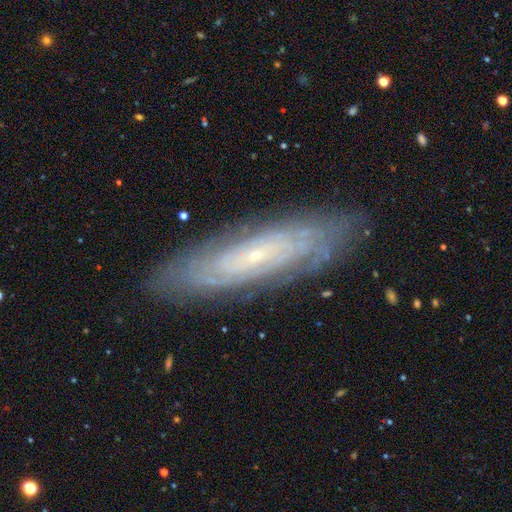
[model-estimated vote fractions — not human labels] This appears to be a featured or disk galaxy (76%) with no bar (75%), spiral arms (87%) and a small central bulge (88%). Merging: none (86%).